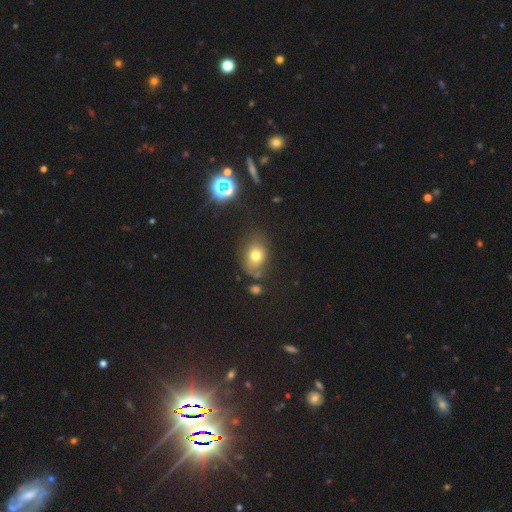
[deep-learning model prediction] smooth 71%, star or artifact 14%, featured or disk 14%. Down the decision tree: how rounded — in between (64%); merging — none (63%).